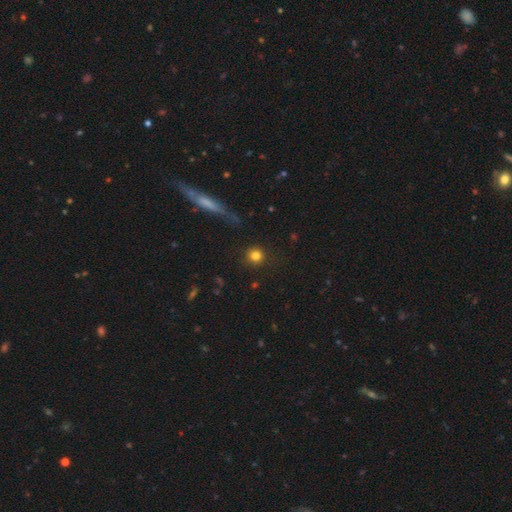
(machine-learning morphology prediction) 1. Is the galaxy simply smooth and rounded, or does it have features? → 81% smooth, 12% star or artifact, 7% featured or disk.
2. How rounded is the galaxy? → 93% round, 6% in between, 1% cigar-shaped.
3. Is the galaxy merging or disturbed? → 89% none, 6% minor disturbance, 3% major disturbance, 2% merger.